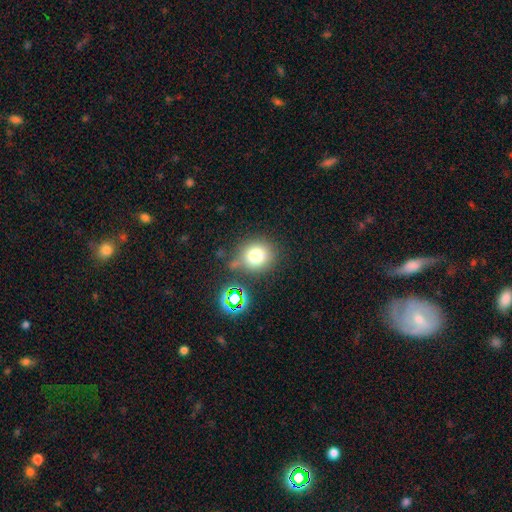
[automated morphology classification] smooth-or-featured: smooth: 76% | star or artifact: 15% | featured or disk: 9%
  how-rounded: round: 81% | in between: 18% | cigar-shaped: 1%
  merging: none: 69% | minor disturbance: 16% | merger: 9% | major disturbance: 6%